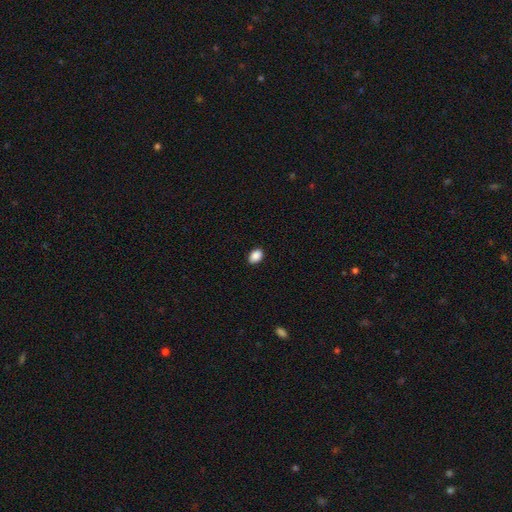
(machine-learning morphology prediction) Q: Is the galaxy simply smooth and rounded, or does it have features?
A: smooth — 89%.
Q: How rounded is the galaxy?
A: in between — 82%.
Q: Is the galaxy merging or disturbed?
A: none — 89%.